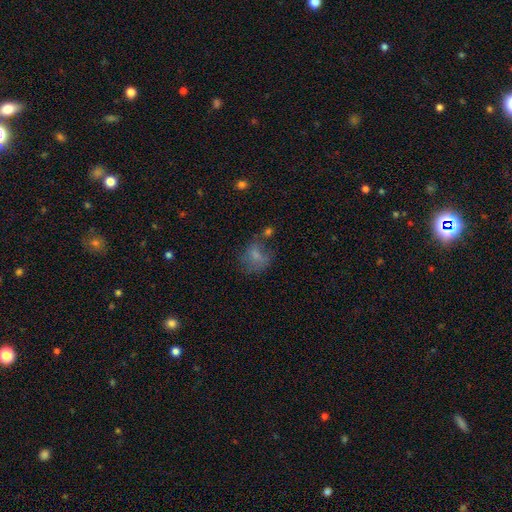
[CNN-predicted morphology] Overall: smooth (63%). How rounded: round (51%; in between 47%). Merging: none (39%; major disturbance 25%).